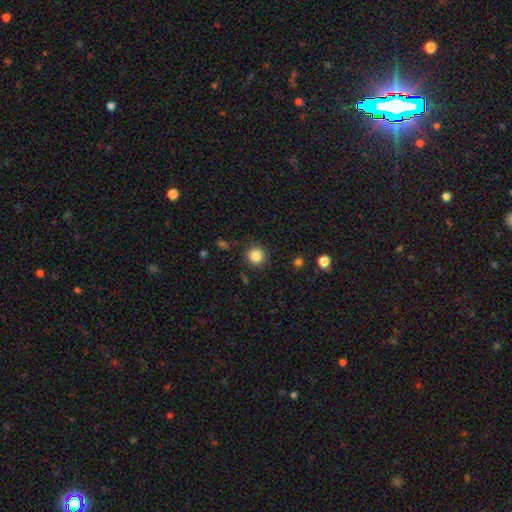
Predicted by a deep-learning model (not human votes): A smooth galaxy with no disk features (85%) that is round (95%). Merging: none (90%).